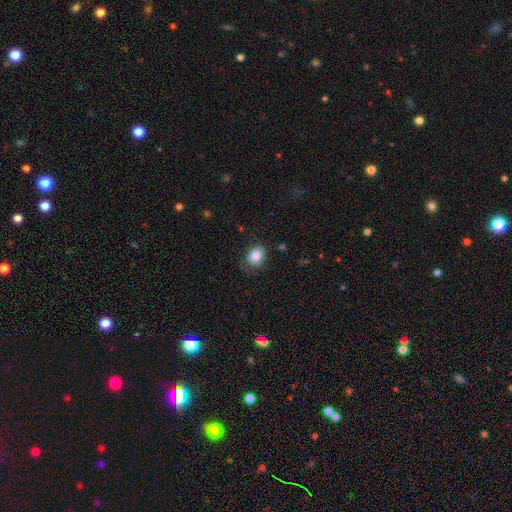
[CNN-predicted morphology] type=smooth (83%); roundness=round (55%); merging=none (69%).